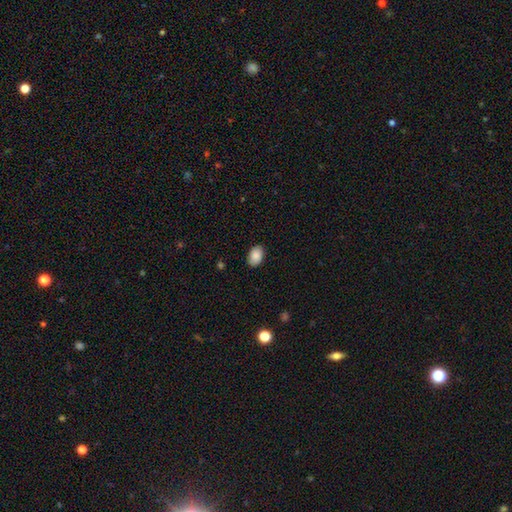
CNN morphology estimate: smooth-or-featured: smooth: 88% | star or artifact: 7% | featured or disk: 5%
  how-rounded: in between: 87% | round: 12% | cigar-shaped: 1%
  merging: none: 87% | minor disturbance: 10% | major disturbance: 2% | merger: 1%